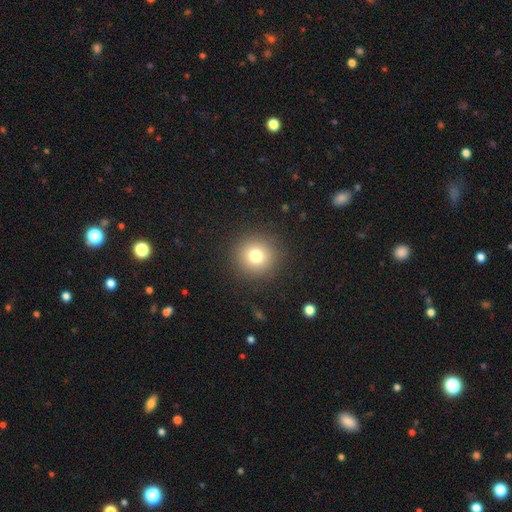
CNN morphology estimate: Overall: smooth (76%). How rounded: round (94%). Merging: none (90%).